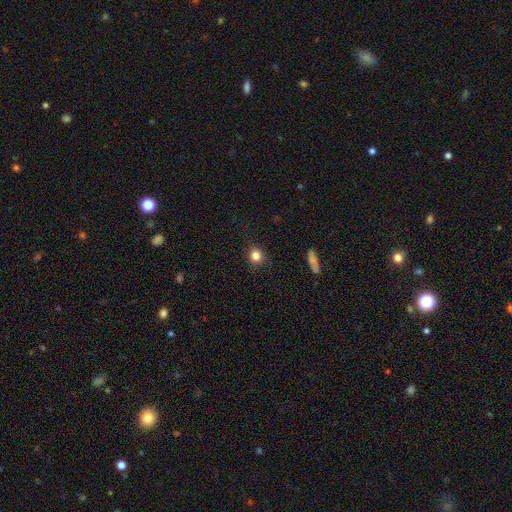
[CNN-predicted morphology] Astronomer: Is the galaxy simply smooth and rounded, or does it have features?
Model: smooth — 83%.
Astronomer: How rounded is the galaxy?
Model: round — 85%.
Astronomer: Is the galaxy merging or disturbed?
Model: none — 88%.